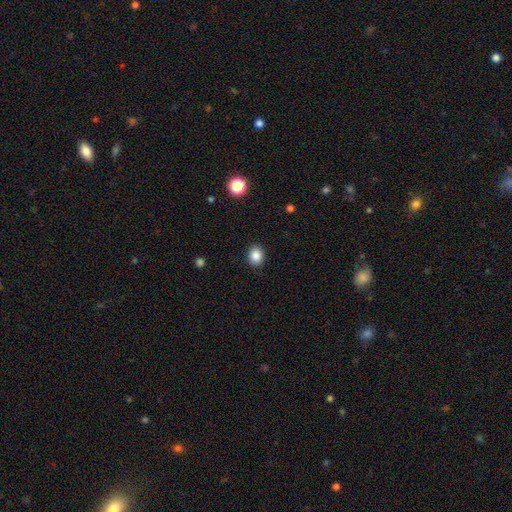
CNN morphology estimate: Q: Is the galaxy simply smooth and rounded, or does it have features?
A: smooth — 86%.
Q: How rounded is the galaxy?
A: round — 57%.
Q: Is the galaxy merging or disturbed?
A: none — 90%.